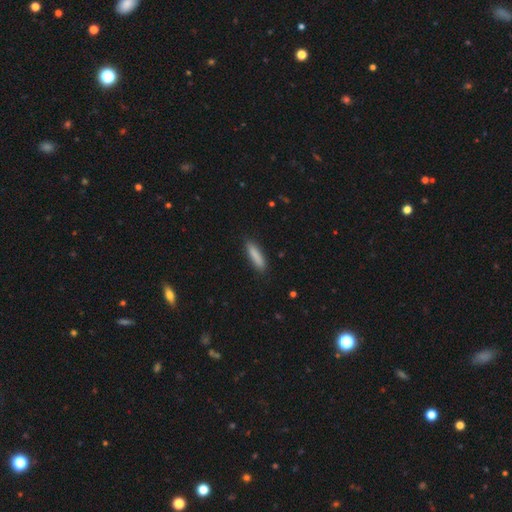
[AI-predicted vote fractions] This appears to be a smooth galaxy with no disk features (85%) that is cigar-shaped (76%). Merging: none (84%).